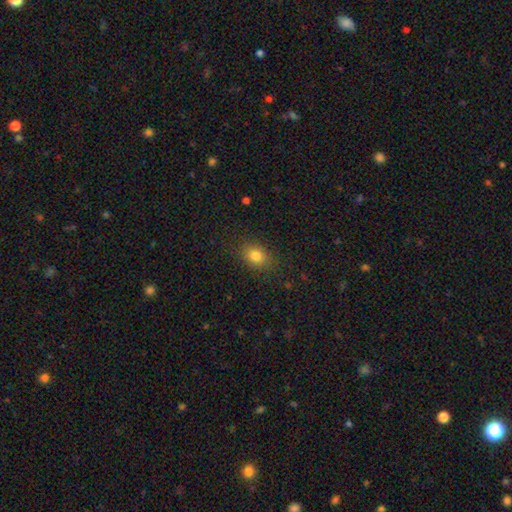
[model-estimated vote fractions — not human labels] Morphology: type=smooth (81%); roundness=in between (59%); merging=none (85%).